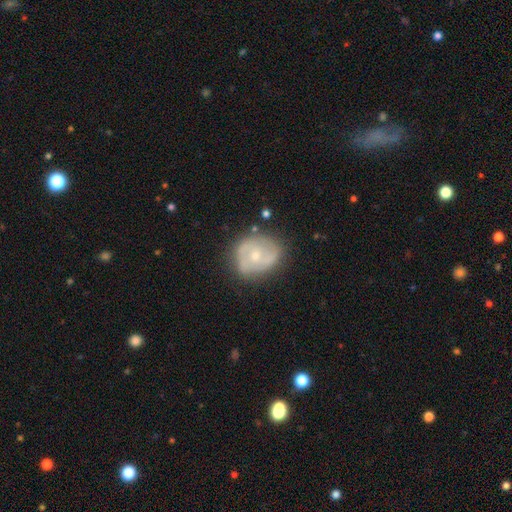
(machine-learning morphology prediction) Smooth or featured? Predicted: featured or disk (p=0.66). Edge-on disk? Predicted: no (p=0.97). Bar? Predicted: no (p=0.66). Spiral arms? Predicted: yes (p=0.75). Bulge size? Predicted: small (p=0.56). Merging? Predicted: none (p=0.70).